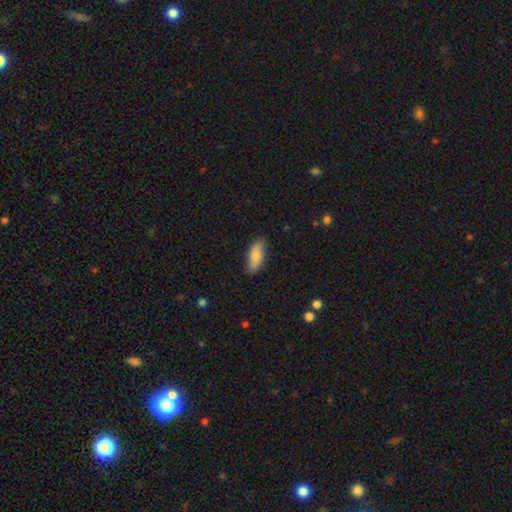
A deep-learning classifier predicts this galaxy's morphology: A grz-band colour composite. It shows a smooth galaxy with no disk features (80%) that is in between round and cigar-shaped (75%). Merging: none (84%).